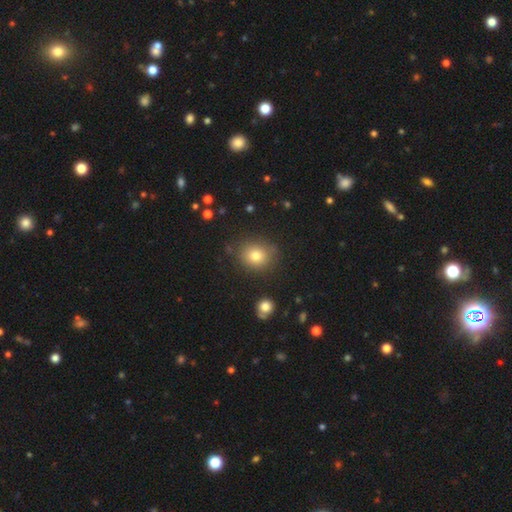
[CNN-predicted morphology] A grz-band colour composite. It shows a smooth galaxy with no disk features (78%) that is round (68%). Merging: none (80%).